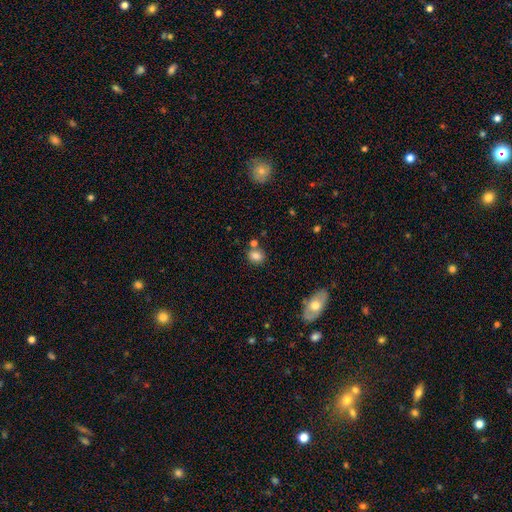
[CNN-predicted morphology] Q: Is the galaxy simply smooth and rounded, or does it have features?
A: smooth — 81%.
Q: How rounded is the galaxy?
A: round — 61%.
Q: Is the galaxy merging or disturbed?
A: none — 68%.